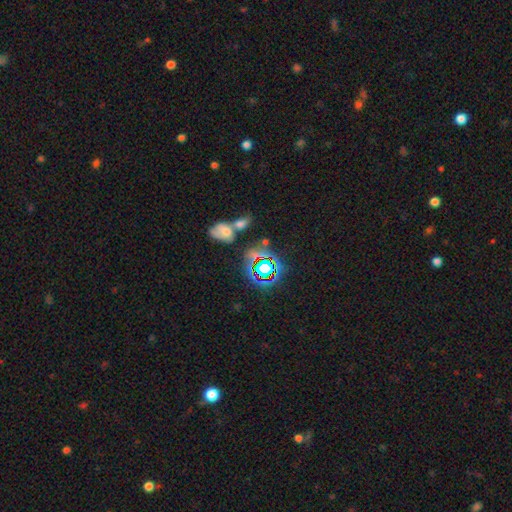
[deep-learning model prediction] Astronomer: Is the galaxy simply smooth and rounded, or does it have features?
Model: star or artifact — 61%.